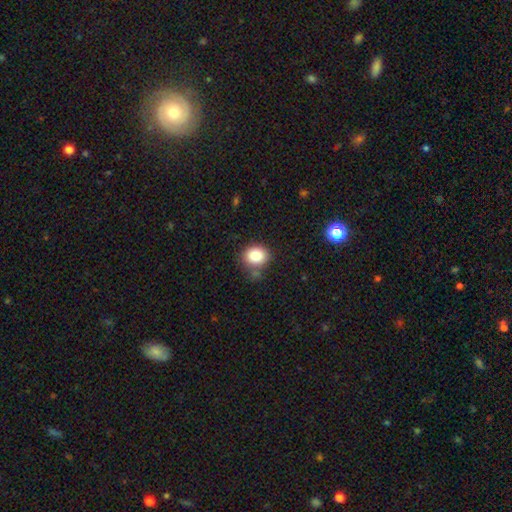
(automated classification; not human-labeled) A smooth galaxy with no disk features (84%) that is round (62%).

Vote fractions:
- Smooth or featured? smooth: 84% / star or artifact: 10% / featured or disk: 6%
- How rounded? round: 62% / in between: 37% / cigar-shaped: 1%
- Merging? none: 74% / minor disturbance: 15% / merger: 6% / major disturbance: 4%